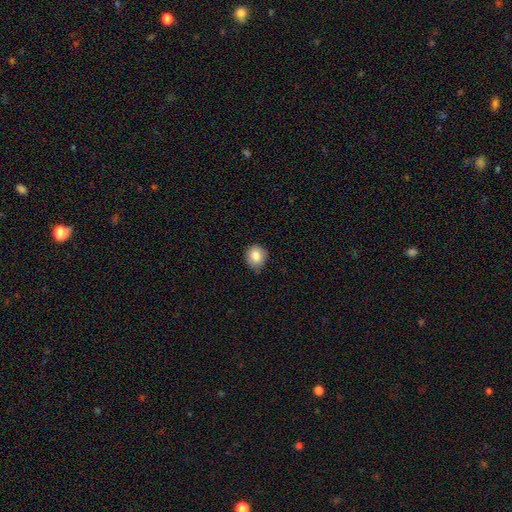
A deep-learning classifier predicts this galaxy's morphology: A smooth galaxy with no disk features (85%) that is round (74%).

Vote fractions:
- Smooth or featured? smooth: 85% / star or artifact: 9% / featured or disk: 7%
- How rounded? round: 74% / in between: 25% / cigar-shaped: 1%
- Merging? none: 74% / minor disturbance: 21% / major disturbance: 3% / merger: 1%